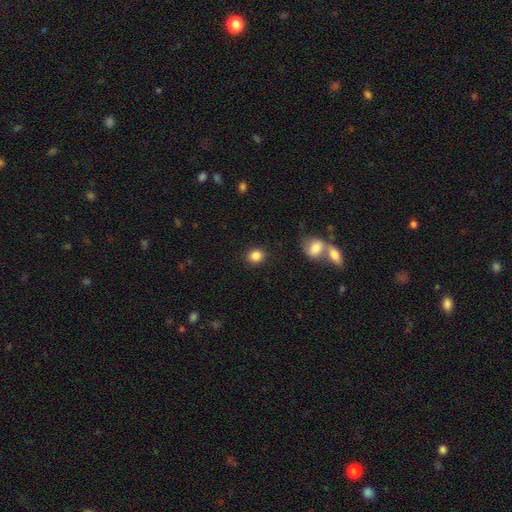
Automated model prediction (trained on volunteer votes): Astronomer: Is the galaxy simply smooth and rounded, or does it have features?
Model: smooth — 86%.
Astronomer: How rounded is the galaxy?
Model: round — 76%.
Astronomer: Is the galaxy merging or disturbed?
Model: none — 88%.